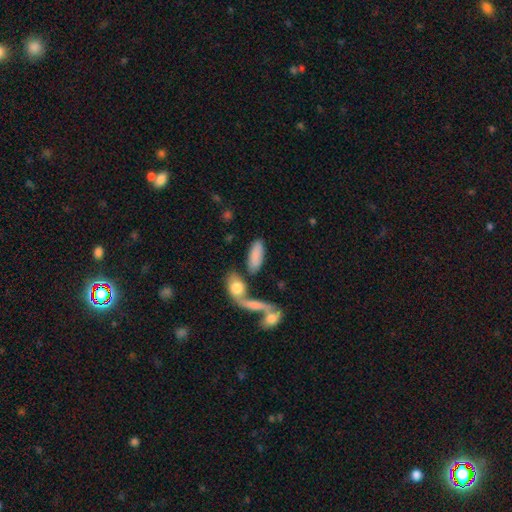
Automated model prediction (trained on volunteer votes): A smooth galaxy with no disk features (82%) that is in between round and cigar-shaped (73%).

Vote fractions:
- Smooth or featured? smooth: 82% / featured or disk: 11% / star or artifact: 7%
- How rounded? in between: 73% / cigar-shaped: 24% / round: 3%
- Merging? none: 62% / merger: 20% / minor disturbance: 12% / major disturbance: 6%